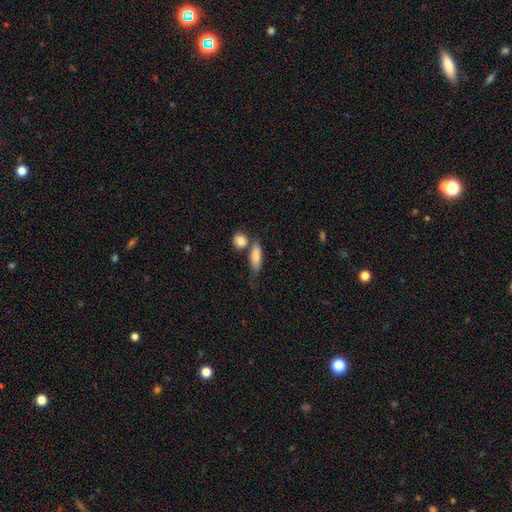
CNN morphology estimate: Smooth or featured? smooth (81%)
How rounded? in between (64%)
Merging? none (46%)